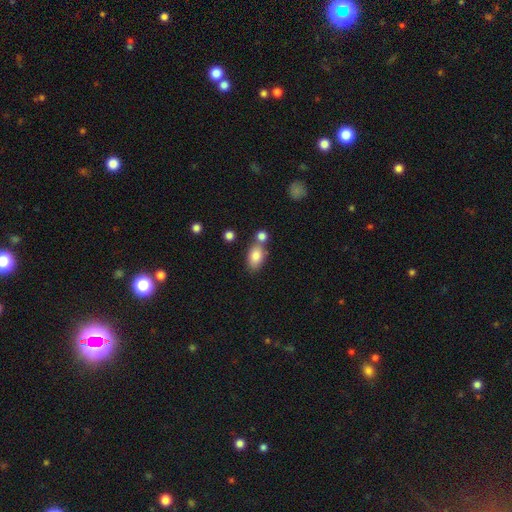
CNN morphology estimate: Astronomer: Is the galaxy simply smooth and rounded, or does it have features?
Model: smooth — 82%.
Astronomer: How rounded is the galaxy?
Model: in between — 87%.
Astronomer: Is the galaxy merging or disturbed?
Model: none — 59%.